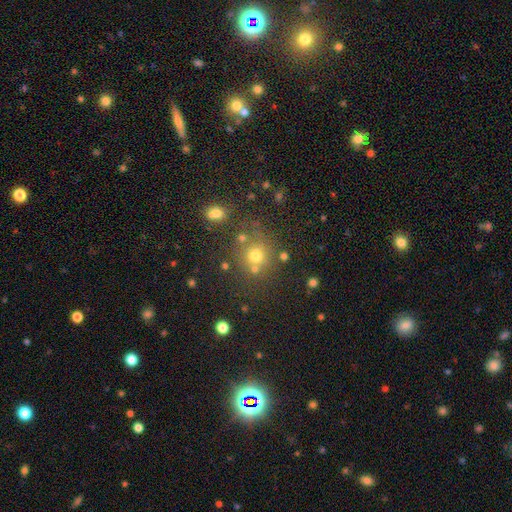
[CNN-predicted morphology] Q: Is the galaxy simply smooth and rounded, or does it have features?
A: smooth — 68%.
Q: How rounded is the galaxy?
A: round — 88%.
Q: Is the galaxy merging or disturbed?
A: none — 71%.